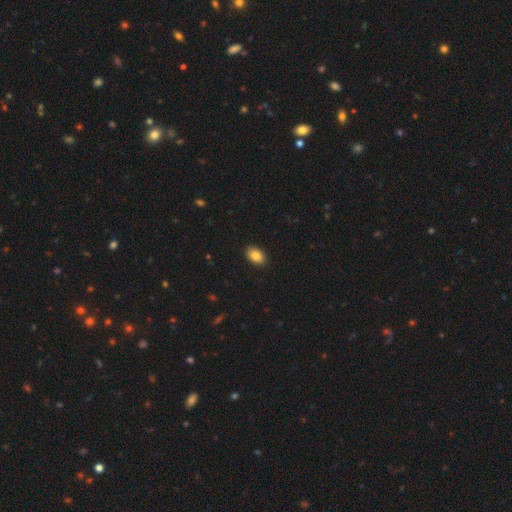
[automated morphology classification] Q: Smooth or featured?
A: smooth (85%); runner-up: star or artifact (8%)
Q: How rounded?
A: in between (87%); runner-up: round (12%)
Q: Merging?
A: none (90%); runner-up: minor disturbance (7%)